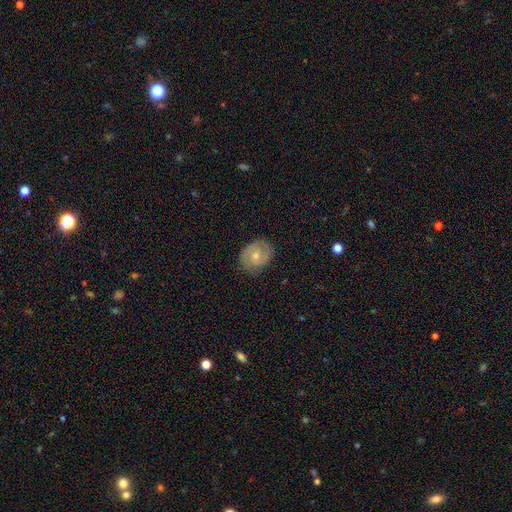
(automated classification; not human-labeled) smooth-or-featured: featured or disk: 62% | smooth: 32% | star or artifact: 7%
  disk-edge-on: no: 97% | yes: 3%
    bar: no: 65% | weak: 30% | strong: 5%
    has-spiral-arms: yes: 84% | no: 16%
      spiral-winding: tight: 49% | medium: 39% | loose: 12%
      spiral-arm-count: 2: 74% | can't tell: 15% | 1: 4% | 3: 4% | 4: 1% | more than 4: 1%
    bulge-size: moderate: 56% | small: 40% | large: 2% | none: 1% | dominant: 1%
  merging: none: 79% | minor disturbance: 16% | major disturbance: 4% | merger: 1%